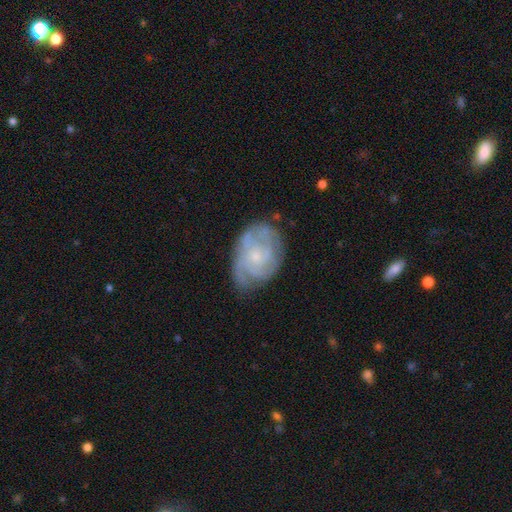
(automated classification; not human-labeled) The model was most divided on "spiral arm count": can't tell: 38%, 3: 23%, 4: 15%, 2: 13%, more than 4: 6%, 1: 5%. More confident: edge-on disk — no (97%); spiral arms — yes (90%); bar — no (77%); smooth or featured — featured or disk (77%); bulge size — small (72%); merging — none (67%); spiral winding — tight (59%).